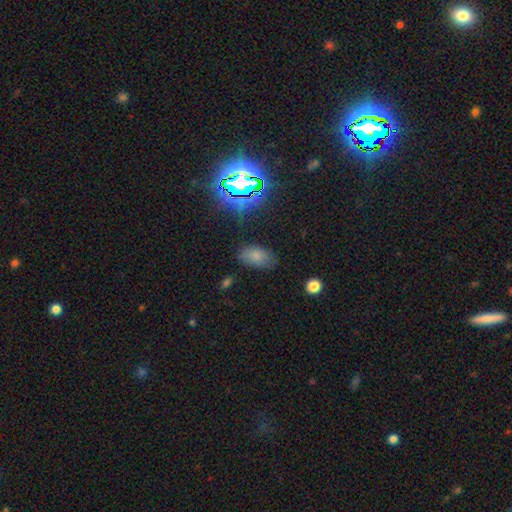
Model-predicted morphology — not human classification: A smooth galaxy with no disk features (73%) that is in between round and cigar-shaped (92%).

Vote fractions:
- Smooth or featured? smooth: 73% / star or artifact: 16% / featured or disk: 11%
- How rounded? in between: 92% / round: 6% / cigar-shaped: 2%
- Merging? none: 75% / minor disturbance: 18% / major disturbance: 6% / merger: 2%